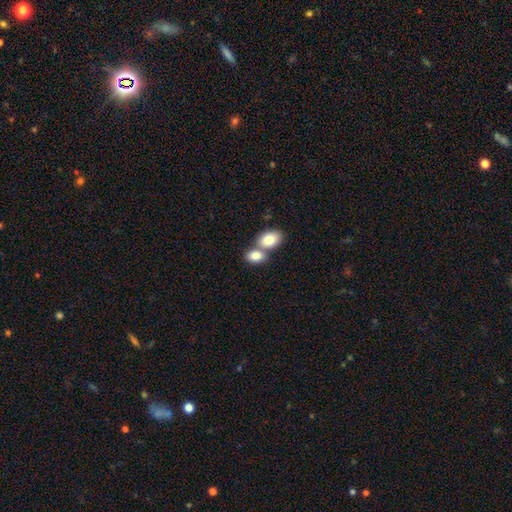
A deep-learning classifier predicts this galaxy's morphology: Q: Smooth or featured?
A: smooth (83%); runner-up: featured or disk (10%)
Q: How rounded?
A: in between (82%); runner-up: round (16%)
Q: Merging?
A: merger (60%); runner-up: none (31%)